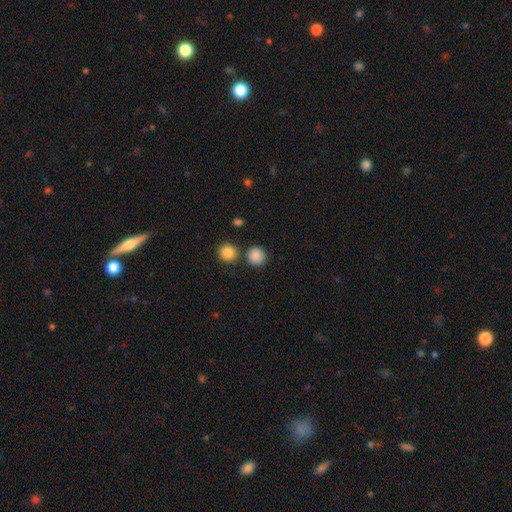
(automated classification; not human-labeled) smooth_or_featured: smooth (p=0.86) [alt: star or artifact p=0.10]
how_rounded: round (p=0.91) [alt: in between p=0.08]
merging: none (p=0.80) [alt: merger p=0.09]